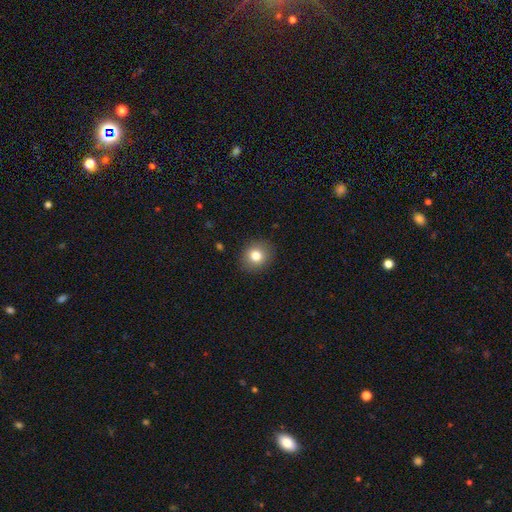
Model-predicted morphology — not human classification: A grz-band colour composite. It shows a smooth galaxy with no disk features (81%) that is round (79%). Merging: none (90%).